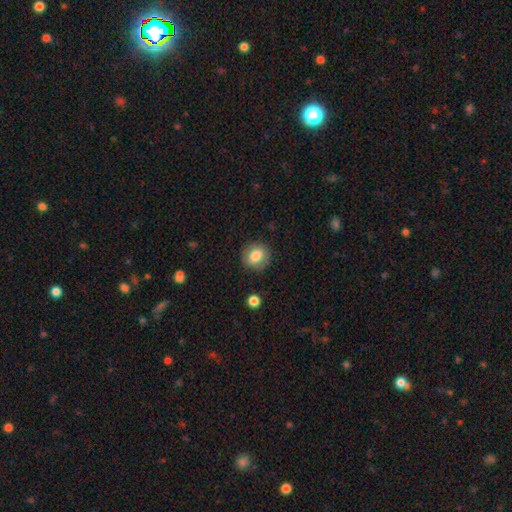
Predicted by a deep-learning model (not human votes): smooth-or-featured: smooth: 81% | featured or disk: 10% | star or artifact: 8%
  how-rounded: round: 74% | in between: 25% | cigar-shaped: 1%
  merging: none: 84% | minor disturbance: 11% | major disturbance: 3% | merger: 1%